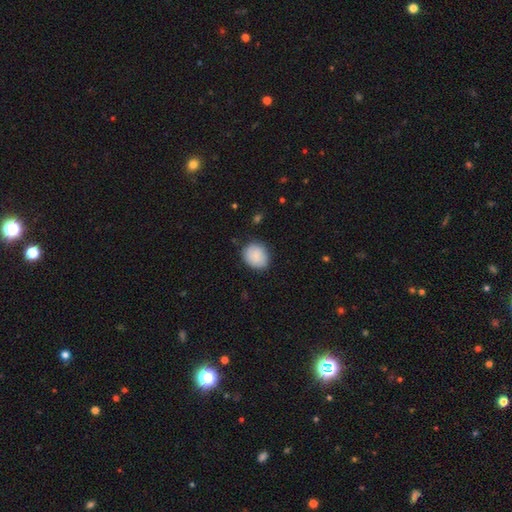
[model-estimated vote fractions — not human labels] Overall: smooth (87%). How rounded: round (65%; in between 34%). Merging: none (82%).